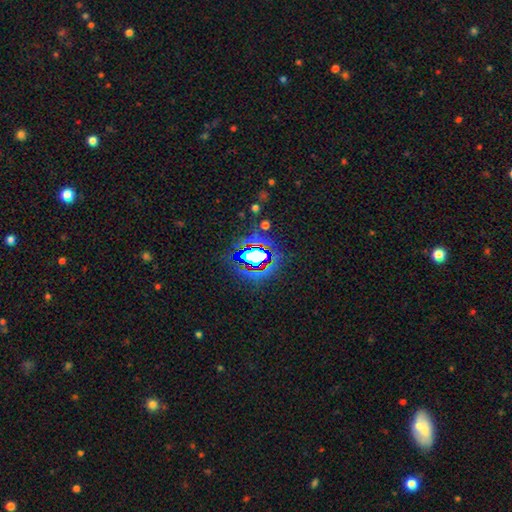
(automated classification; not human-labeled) smooth_or_featured: star or artifact (p=0.68) [alt: smooth p=0.18]